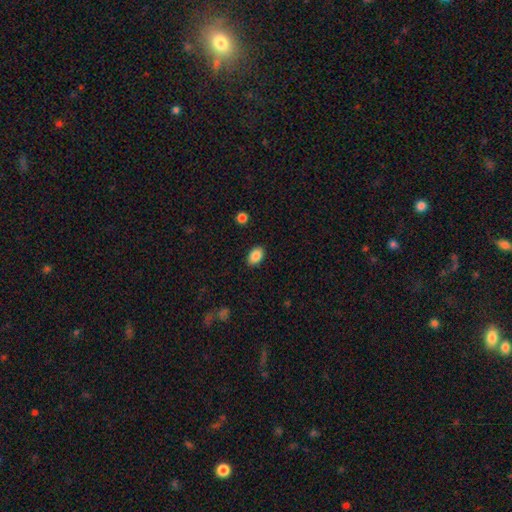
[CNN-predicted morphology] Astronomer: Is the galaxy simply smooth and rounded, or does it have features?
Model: smooth — 88%.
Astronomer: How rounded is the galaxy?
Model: in between — 88%.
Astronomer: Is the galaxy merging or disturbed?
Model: none — 88%.